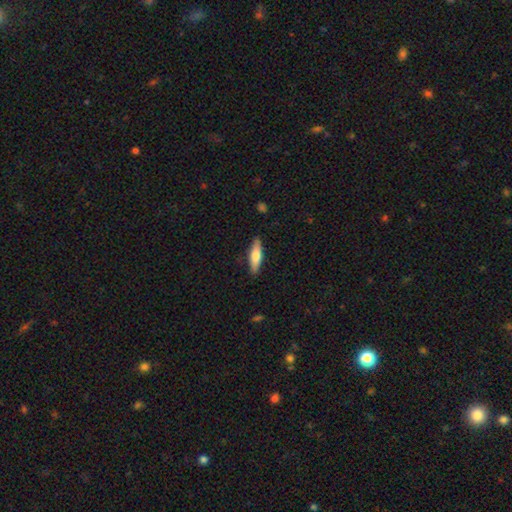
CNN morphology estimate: This appears to be a smooth galaxy with no disk features (61%) that is cigar-shaped (64%). Merging: none (88%).